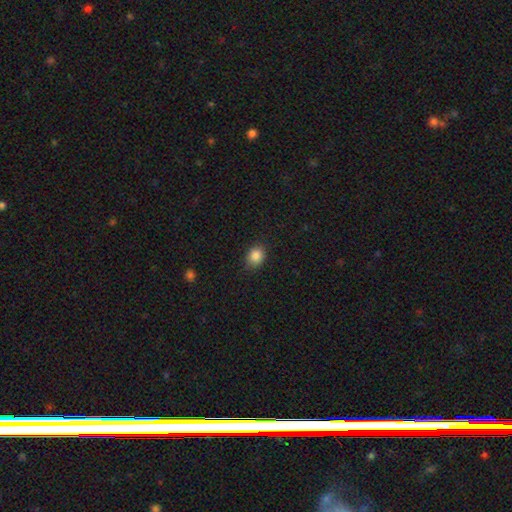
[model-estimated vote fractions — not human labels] Smooth or featured? Predicted: smooth (p=0.86). How rounded? Predicted: round (p=0.55). Merging? Predicted: none (p=0.85).